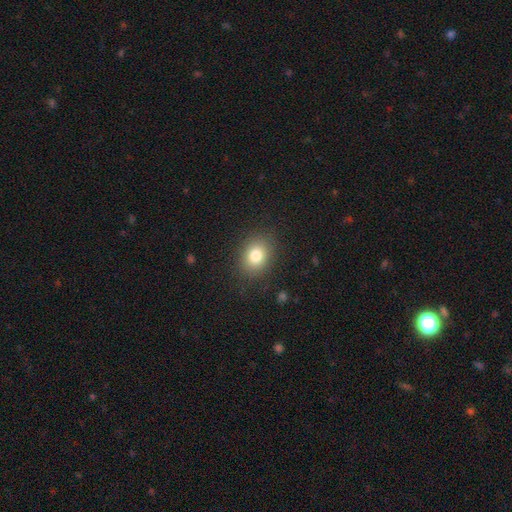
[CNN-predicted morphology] This is clearly a smooth galaxy (81%). How rounded: possibly in between (53%). Merging: clearly none (85%).